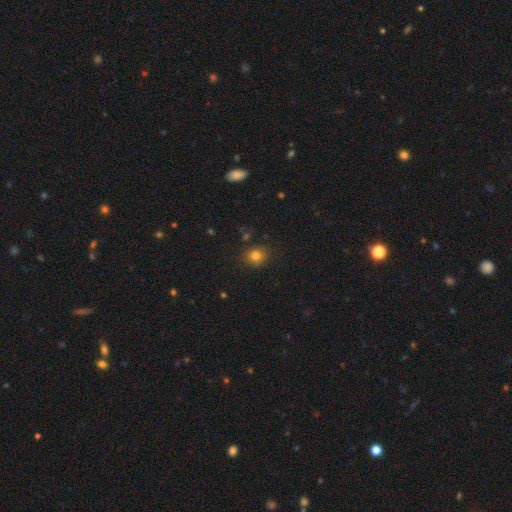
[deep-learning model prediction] Smooth or featured? Predicted: smooth (p=0.79). How rounded? Predicted: round (p=0.84). Merging? Predicted: none (p=0.86).